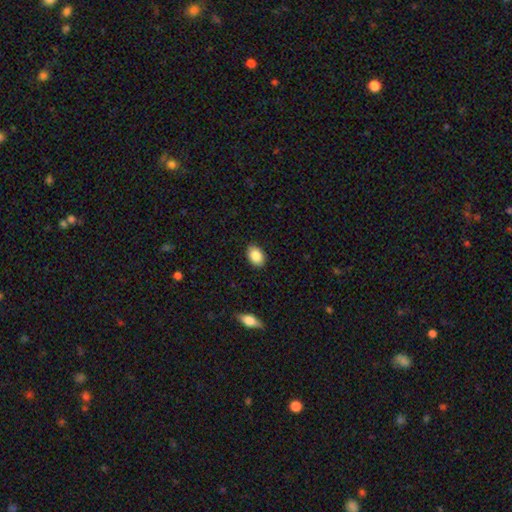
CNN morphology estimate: smooth 87%, star or artifact 7%, featured or disk 6%. Down the decision tree: how rounded — in between (82%); merging — none (89%).